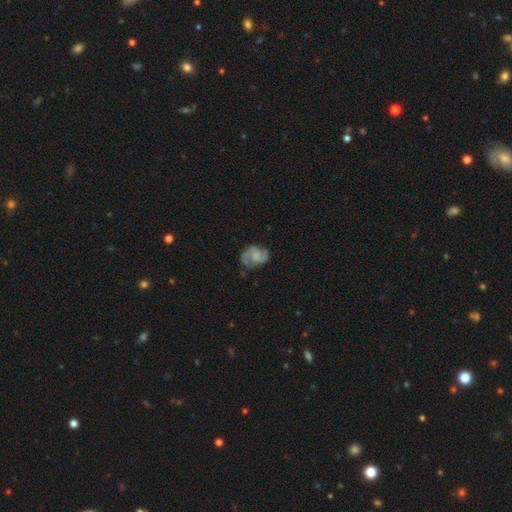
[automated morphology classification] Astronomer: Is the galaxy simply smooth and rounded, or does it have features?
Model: featured or disk — 66%.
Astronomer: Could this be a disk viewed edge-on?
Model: no — 98%.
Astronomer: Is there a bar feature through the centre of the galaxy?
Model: no — 58% (runner-up: weak, 35%).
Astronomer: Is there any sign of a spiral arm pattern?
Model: yes — 89%.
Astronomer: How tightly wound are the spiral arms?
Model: medium — 49% (runner-up: loose, 27%).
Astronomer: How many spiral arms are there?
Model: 2 — 82%.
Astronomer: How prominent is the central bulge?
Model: none — 42% (runner-up: small, 23%).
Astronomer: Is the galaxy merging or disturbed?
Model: none — 61%.